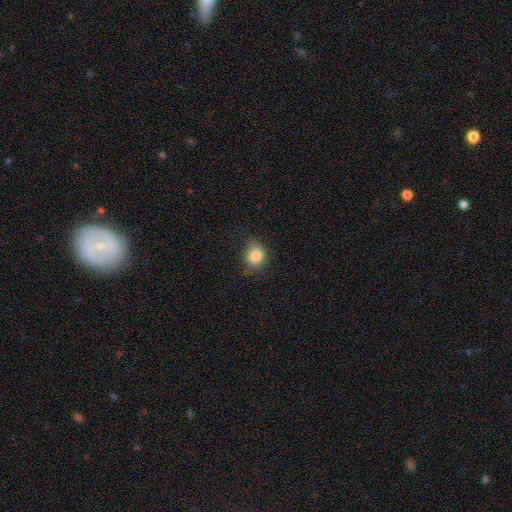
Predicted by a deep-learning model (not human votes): A smooth galaxy with no disk features (84%) that is round (57%).

Vote fractions:
- Smooth or featured? smooth: 84% / star or artifact: 10% / featured or disk: 6%
- How rounded? round: 57% / in between: 42% / cigar-shaped: 1%
- Merging? none: 70% / minor disturbance: 24% / major disturbance: 6% / merger: 1%